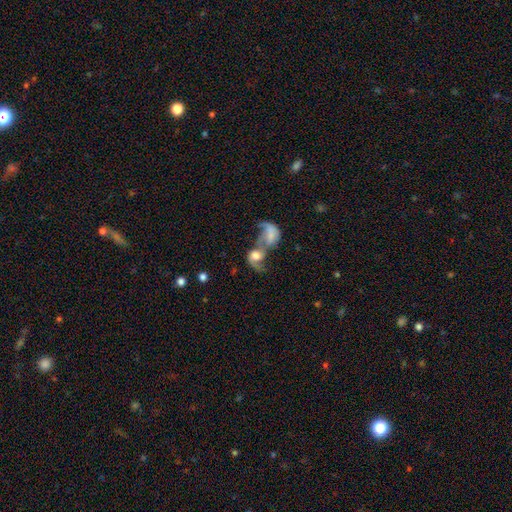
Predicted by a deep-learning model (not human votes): Morphology: type=featured or disk (48%); merging=merger (78%).